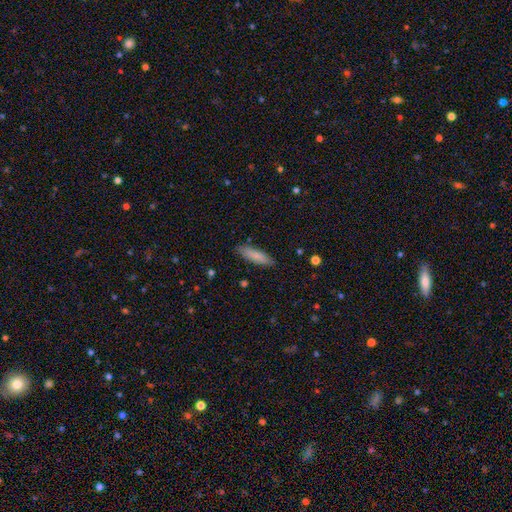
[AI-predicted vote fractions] smooth 82%, featured or disk 12%, star or artifact 6%. Down the decision tree: how rounded — cigar-shaped (60%); merging — none (86%).